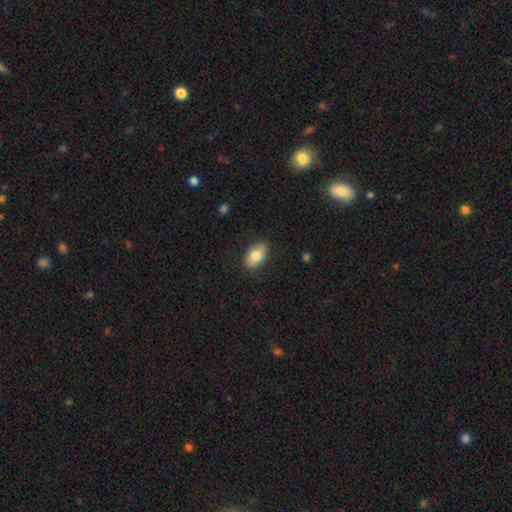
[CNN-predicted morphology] A smooth galaxy with no disk features (79%) that is in between round and cigar-shaped (89%). Merging: none (86%).